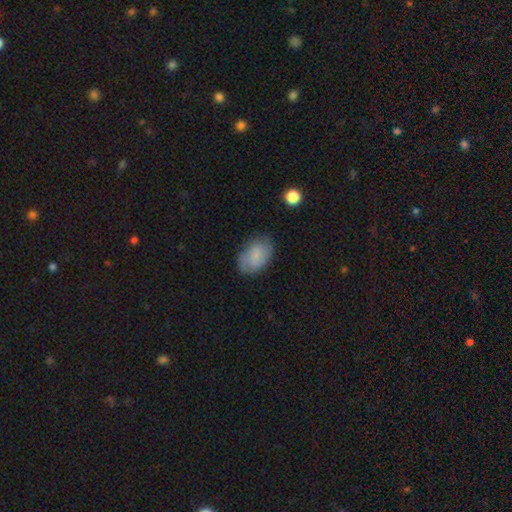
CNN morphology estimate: A smooth galaxy with no disk features (67%) that is in between round and cigar-shaped (89%). Merging: none (74%).